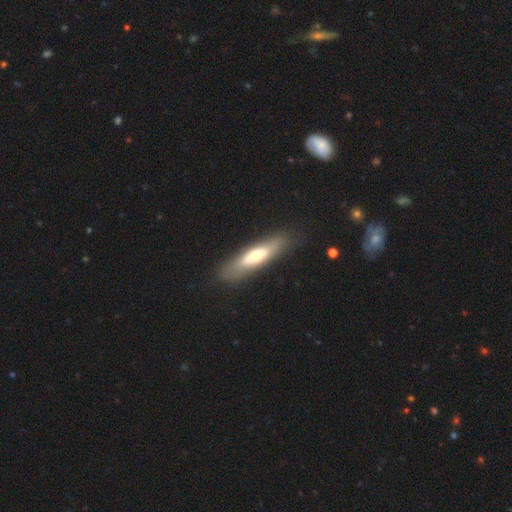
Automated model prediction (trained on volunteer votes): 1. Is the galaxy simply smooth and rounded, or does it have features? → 53% smooth, 41% featured or disk, 6% star or artifact.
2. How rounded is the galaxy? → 70% cigar-shaped, 28% in between, 2% round.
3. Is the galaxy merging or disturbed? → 81% none, 13% minor disturbance, 4% major disturbance, 2% merger.